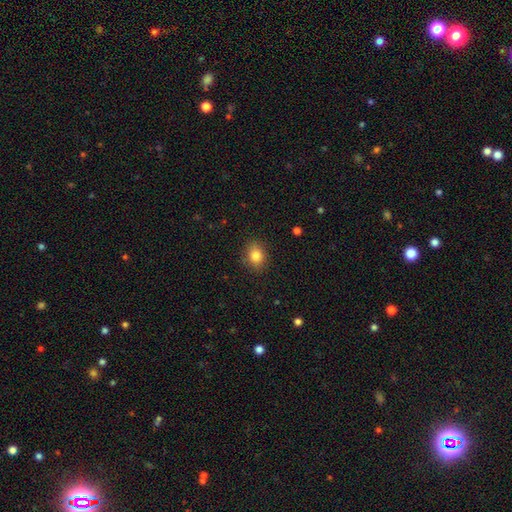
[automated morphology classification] This is clearly a smooth galaxy (84%). How rounded: possibly round (55%). Merging: clearly none (86%).